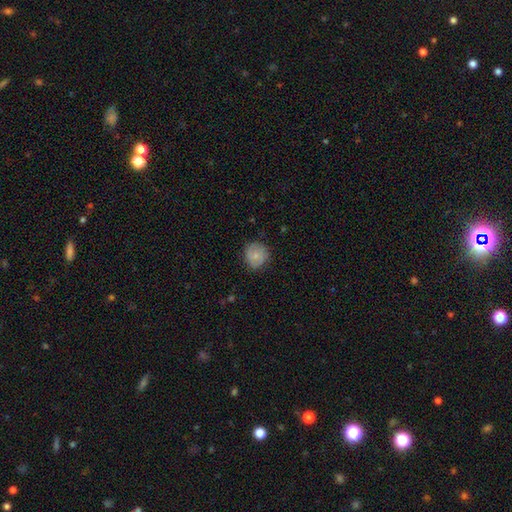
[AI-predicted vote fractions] Q: Smooth or featured?
A: smooth (73%); runner-up: featured or disk (19%)
Q: How rounded?
A: round (86%); runner-up: in between (13%)
Q: Merging?
A: none (76%); runner-up: minor disturbance (19%)